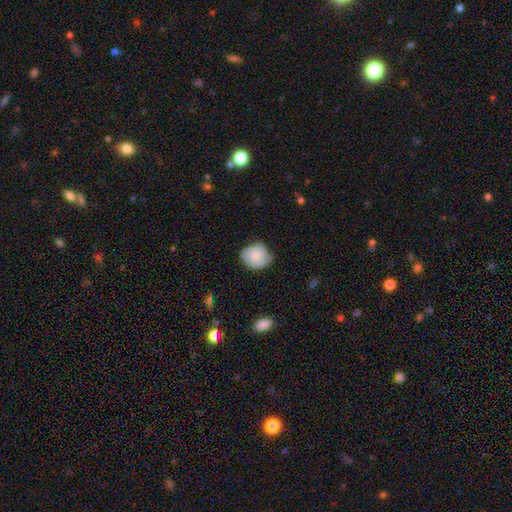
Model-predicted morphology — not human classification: A smooth galaxy with no disk features (63%) that is round (67%).

Vote fractions:
- Smooth or featured? smooth: 63% / featured or disk: 30% / star or artifact: 7%
- How rounded? round: 67% / in between: 32% / cigar-shaped: 1%
- Merging? none: 65% / minor disturbance: 28% / major disturbance: 5% / merger: 1%